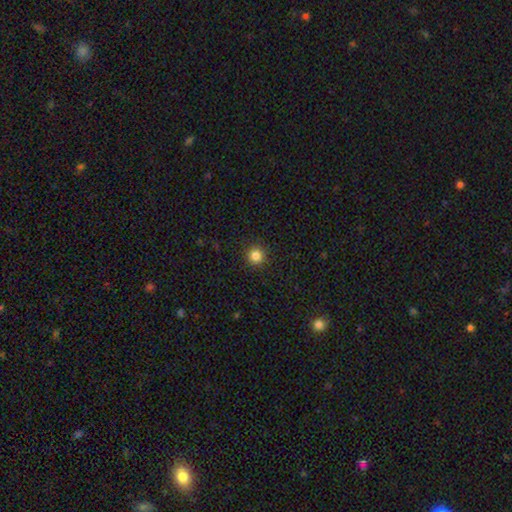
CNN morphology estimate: Smooth or featured? smooth (84%)
How rounded? round (95%)
Merging? none (92%)